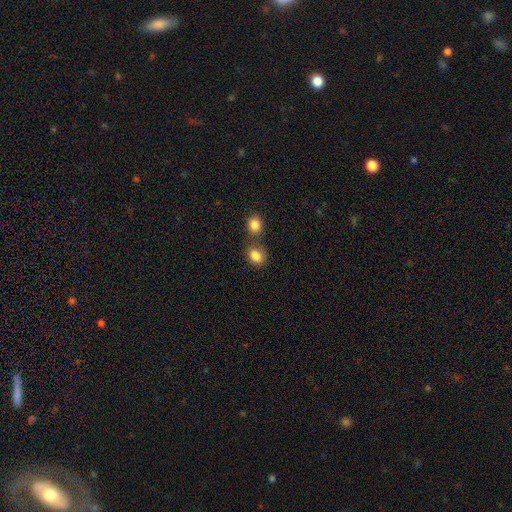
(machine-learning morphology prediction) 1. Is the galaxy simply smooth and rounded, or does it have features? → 84% smooth, 10% star or artifact, 6% featured or disk.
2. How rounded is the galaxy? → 51% round, 48% in between, 1% cigar-shaped.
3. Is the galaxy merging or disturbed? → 60% none, 25% merger, 11% minor disturbance, 4% major disturbance.